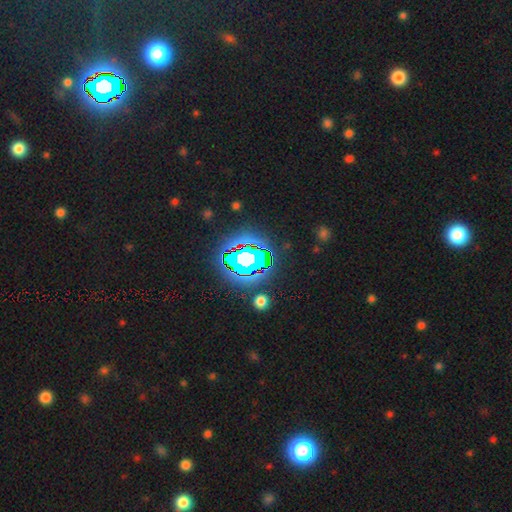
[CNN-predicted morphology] The model was most divided on "smooth or featured": star or artifact: 79%, smooth: 12%, featured or disk: 8%.